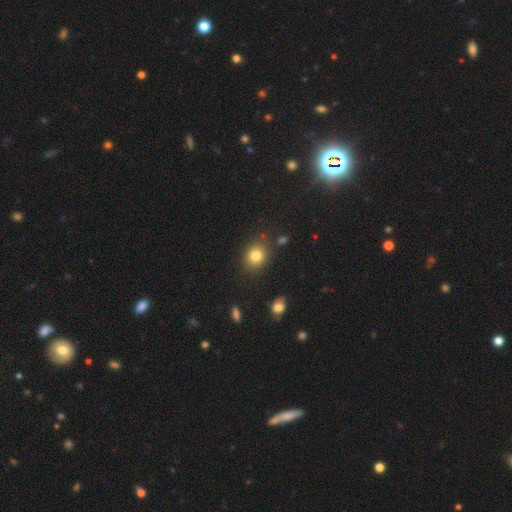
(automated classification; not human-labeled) Q: Smooth or featured?
A: smooth (81%); runner-up: star or artifact (11%)
Q: How rounded?
A: round (67%); runner-up: in between (32%)
Q: Merging?
A: none (83%); runner-up: minor disturbance (11%)